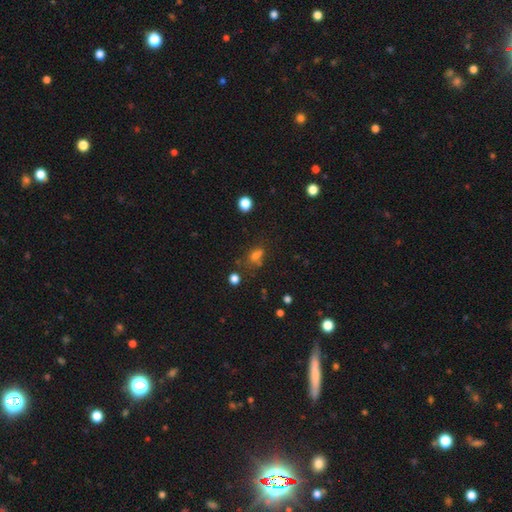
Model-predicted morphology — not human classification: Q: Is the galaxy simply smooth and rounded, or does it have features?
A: smooth — 64%.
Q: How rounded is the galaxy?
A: in between — 58%.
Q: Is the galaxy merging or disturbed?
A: none — 50%.